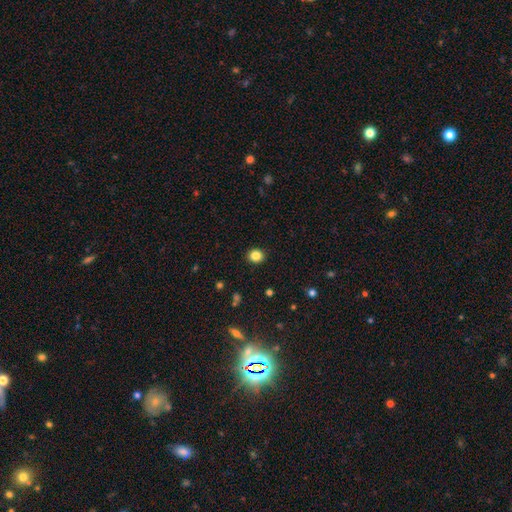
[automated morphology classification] smooth_or_featured: smooth (p=0.85) [alt: star or artifact p=0.11]
how_rounded: round (p=0.80) [alt: in between p=0.19]
merging: none (p=0.92) [alt: minor disturbance p=0.06]